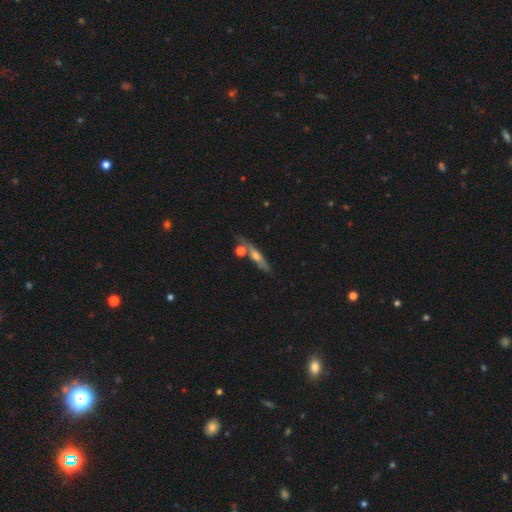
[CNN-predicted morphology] featured or disk 55%, smooth 36%, star or artifact 9%. Down the decision tree: edge-on disk — yes (85%); merging — none (65%).